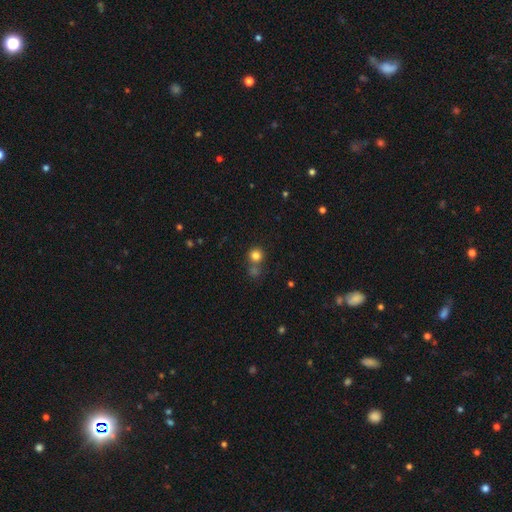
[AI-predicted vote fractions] This appears to be a smooth galaxy with no disk features (80%) that is round (91%). Merging: none (64%).